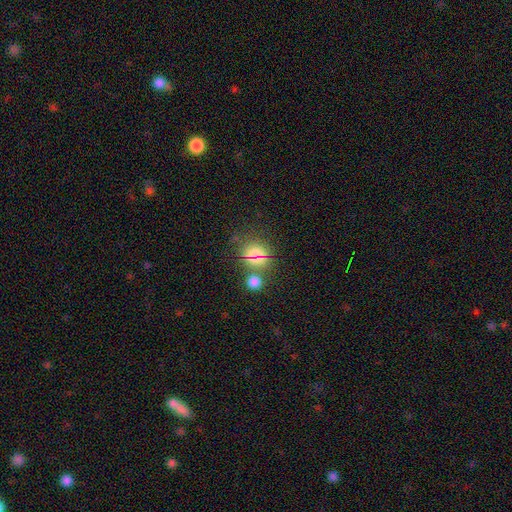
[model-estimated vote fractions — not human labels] The model was most divided on "smooth or featured": smooth: 56%, star or artifact: 34%, featured or disk: 10%. More confident: how rounded — round (75%); merging — none (68%).